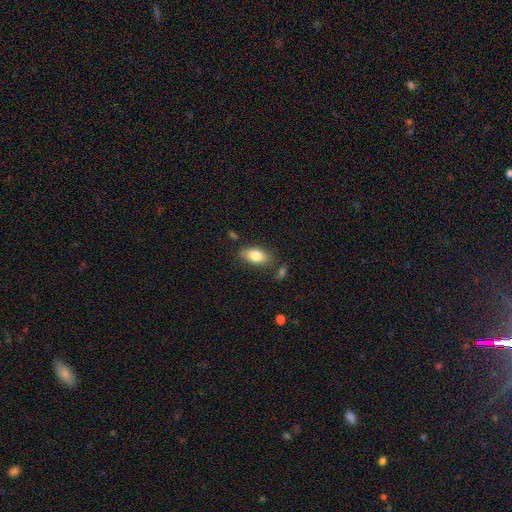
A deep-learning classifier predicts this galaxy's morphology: smooth 81%, featured or disk 12%, star or artifact 7%. Down the decision tree: how rounded — in between (90%); merging — none (77%).